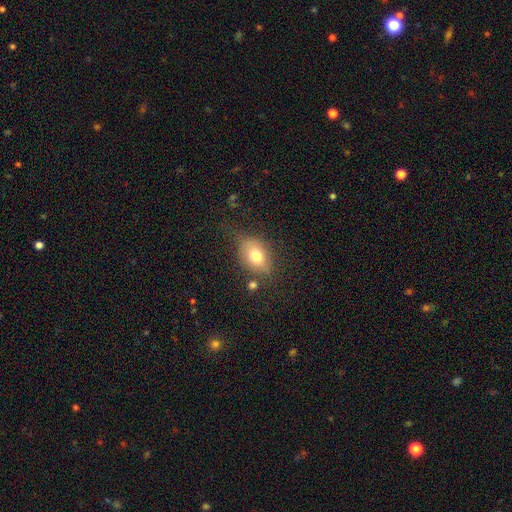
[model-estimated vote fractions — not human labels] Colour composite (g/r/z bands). It shows a smooth galaxy with no disk features (72%) that is in between round and cigar-shaped (72%). Merging: none (62%).